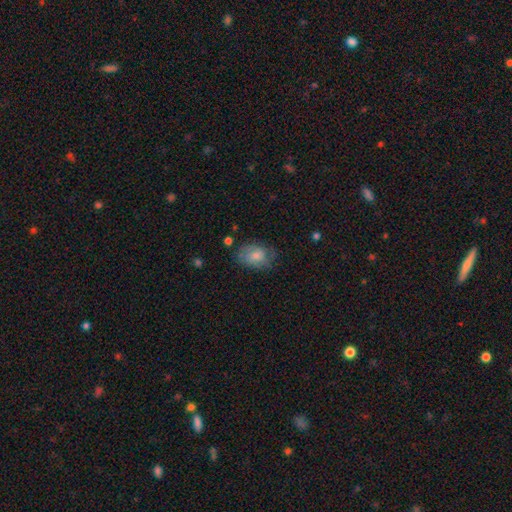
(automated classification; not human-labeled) smooth 63%, featured or disk 30%, star or artifact 8%. Down the decision tree: how rounded — in between (77%); merging — none (61%).